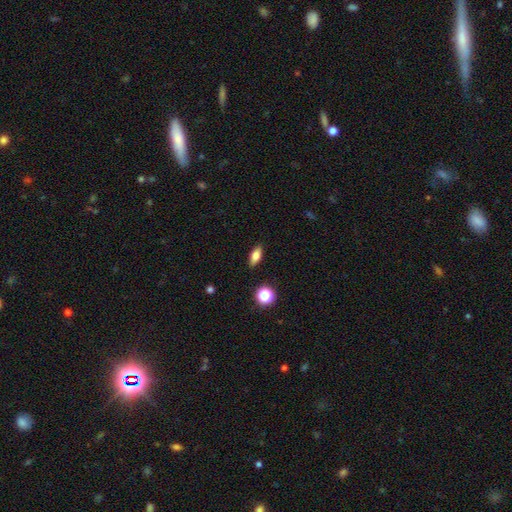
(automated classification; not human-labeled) smooth_or_featured: smooth (p=0.74) [alt: featured or disk p=0.16]
how_rounded: in between (p=0.75) [alt: cigar-shaped p=0.18]
merging: none (p=0.88) [alt: minor disturbance p=0.08]